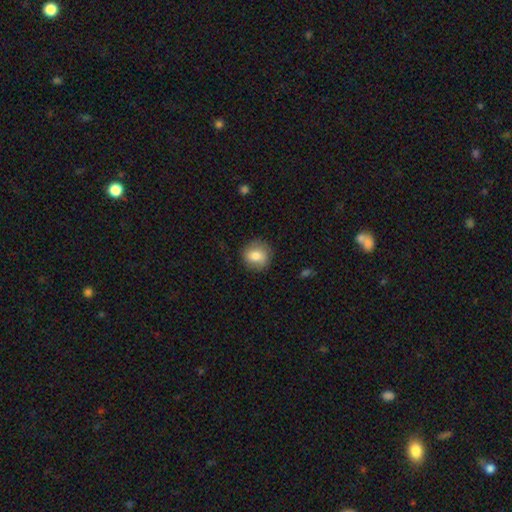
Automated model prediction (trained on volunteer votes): smooth-or-featured: smooth: 80% | featured or disk: 12% | star or artifact: 8%
  how-rounded: round: 85% | in between: 14% | cigar-shaped: 1%
  merging: none: 84% | minor disturbance: 11% | major disturbance: 3% | merger: 1%